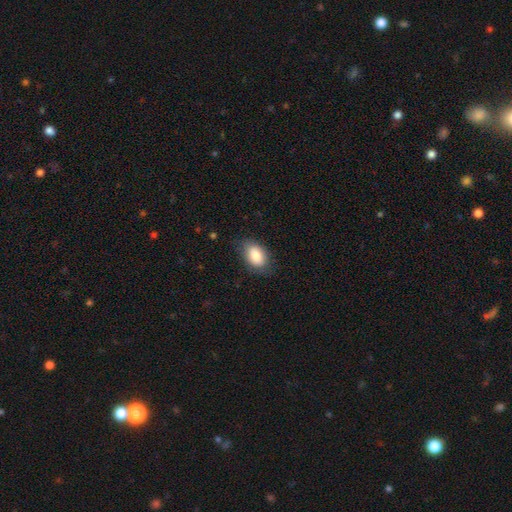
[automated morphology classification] Smooth or featured?
  - smooth: 85% *
  - featured or disk: 9%
  - star or artifact: 7%
How rounded?
  - in between: 88% *
  - round: 11%
  - cigar-shaped: 1%
Merging?
  - none: 76% *
  - minor disturbance: 18%
  - major disturbance: 5%
  - merger: 1%